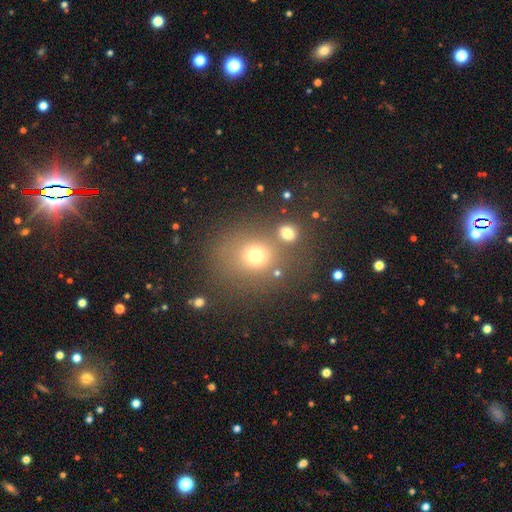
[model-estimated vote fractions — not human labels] The model was most divided on "merging": none: 61%, merger: 20%, minor disturbance: 12%, major disturbance: 7%. More confident: how rounded — round (77%); smooth or featured — smooth (70%).